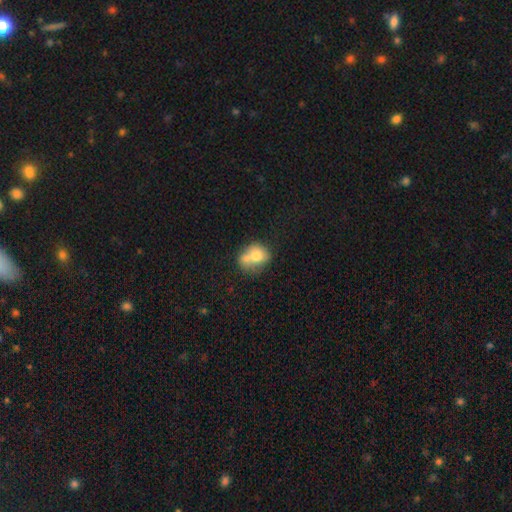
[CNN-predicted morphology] Smooth or featured?
  - smooth: 70% *
  - featured or disk: 21%
  - star or artifact: 9%
How rounded?
  - round: 60% *
  - in between: 39%
  - cigar-shaped: 1%
Merging?
  - merger: 56% *
  - none: 28%
  - minor disturbance: 12%
  - major disturbance: 5%